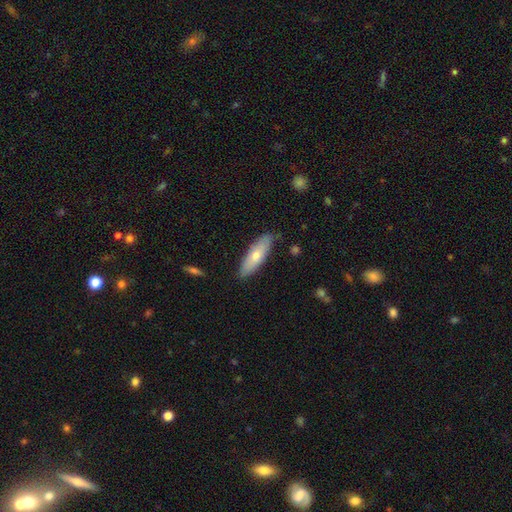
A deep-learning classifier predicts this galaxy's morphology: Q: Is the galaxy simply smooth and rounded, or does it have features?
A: smooth — 61%.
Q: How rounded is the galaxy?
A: in between — 52%.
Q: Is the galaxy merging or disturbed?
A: none — 84%.